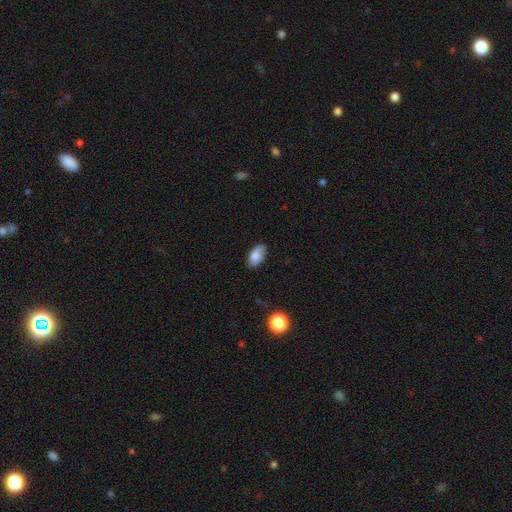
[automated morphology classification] Smooth or featured: smooth — 82% (featured or disk — 10%)
How rounded: in between — 93% (round — 4%)
Merging: none — 78% (minor disturbance — 18%)